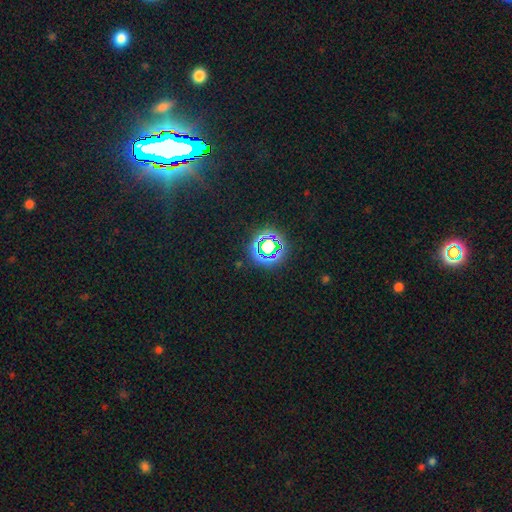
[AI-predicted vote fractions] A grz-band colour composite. It shows a star or artifact, not a galaxy (79%).